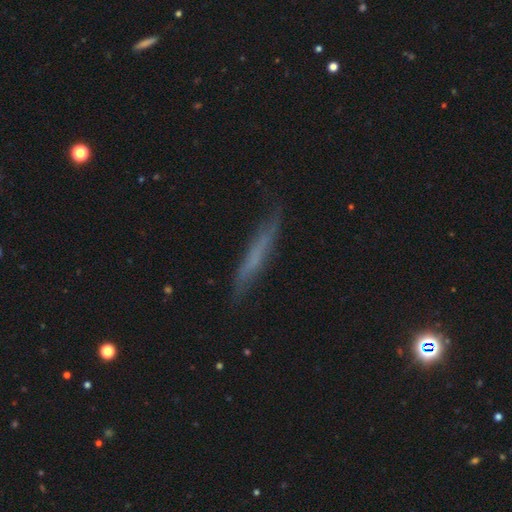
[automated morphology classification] Smooth or featured: smooth — 46% (featured or disk — 44%)
Merging: none — 78% (minor disturbance — 17%)